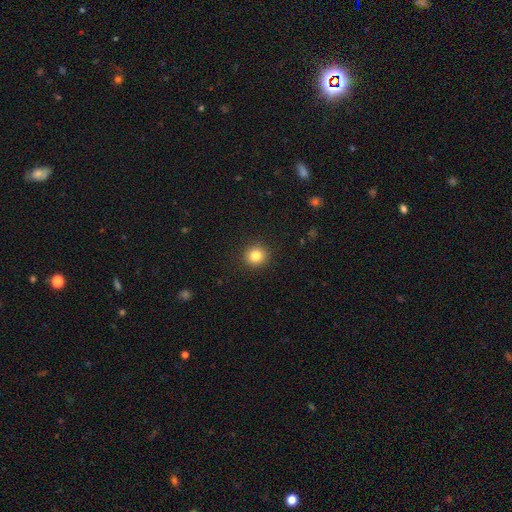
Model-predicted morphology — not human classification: Smooth or featured? smooth (82%)
How rounded? round (90%)
Merging? none (92%)